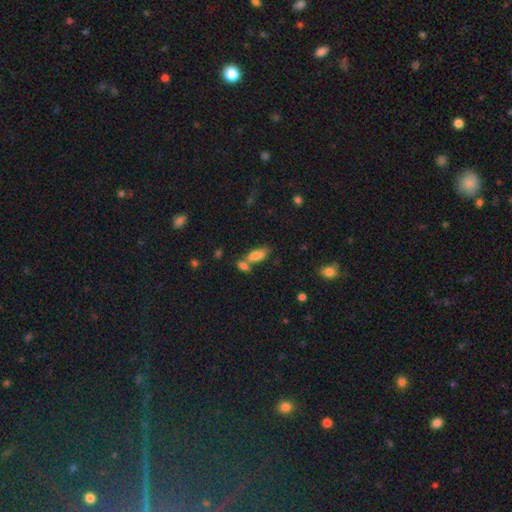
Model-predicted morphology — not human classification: smooth_or_featured: smooth (p=0.79) [alt: featured or disk p=0.11]
how_rounded: in between (p=0.85) [alt: cigar-shaped p=0.11]
merging: merger (p=0.48) [alt: none p=0.36]